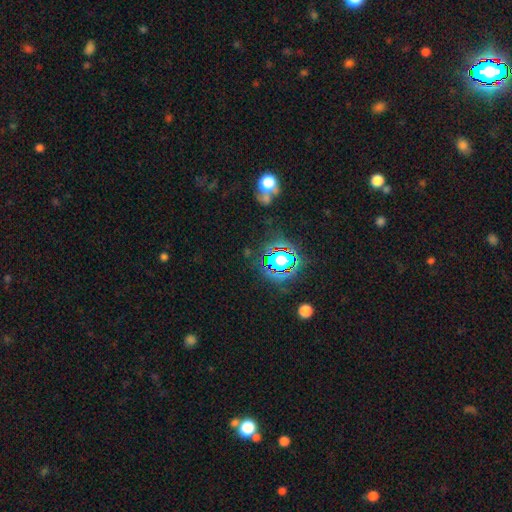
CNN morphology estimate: A star or artifact, not a galaxy (80%).

Vote fractions:
- Smooth or featured? star or artifact: 80% / smooth: 12% / featured or disk: 8%